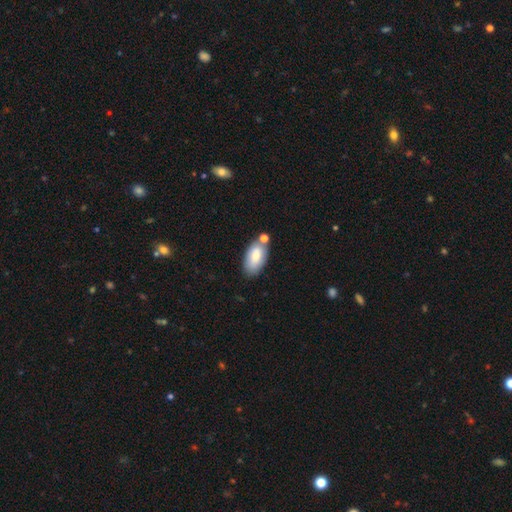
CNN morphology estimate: Smooth or featured: smooth — 77% (featured or disk — 16%)
How rounded: in between — 93% (cigar-shaped — 4%)
Merging: none — 63% (merger — 18%)